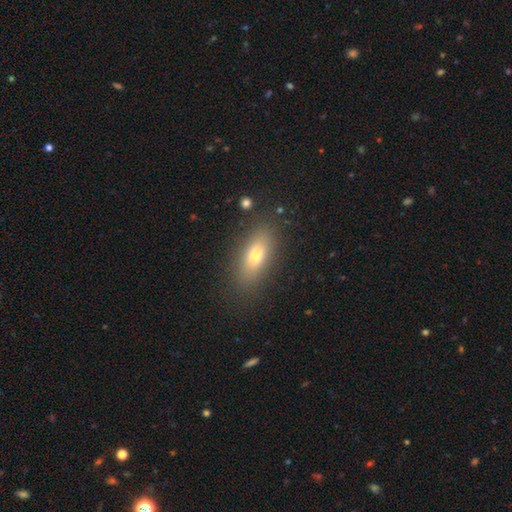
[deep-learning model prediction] smooth_or_featured: smooth (p=0.67) [alt: featured or disk p=0.23]
how_rounded: in between (p=0.71) [alt: cigar-shaped p=0.25]
merging: none (p=0.85) [alt: minor disturbance p=0.10]